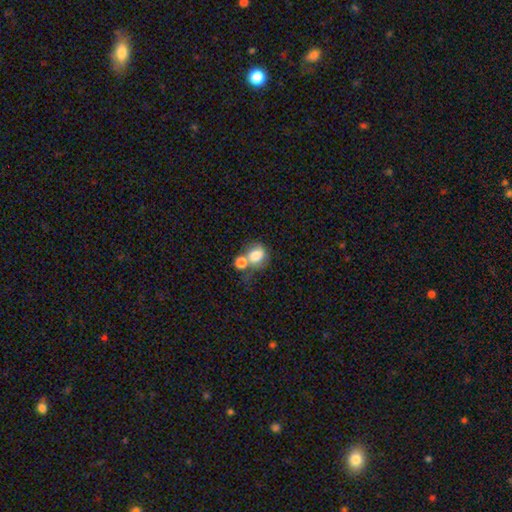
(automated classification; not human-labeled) Smooth or featured: smooth — 74% (featured or disk — 17%)
How rounded: round — 60% (in between — 39%)
Merging: merger — 52% (none — 26%)